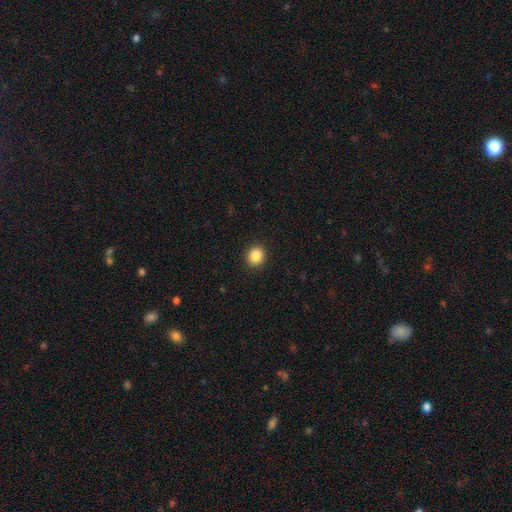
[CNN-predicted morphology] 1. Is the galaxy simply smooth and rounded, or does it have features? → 87% smooth, 10% star or artifact, 4% featured or disk.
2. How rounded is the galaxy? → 72% round, 27% in between, 1% cigar-shaped.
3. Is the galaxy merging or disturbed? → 92% none, 6% minor disturbance, 2% major disturbance, 1% merger.